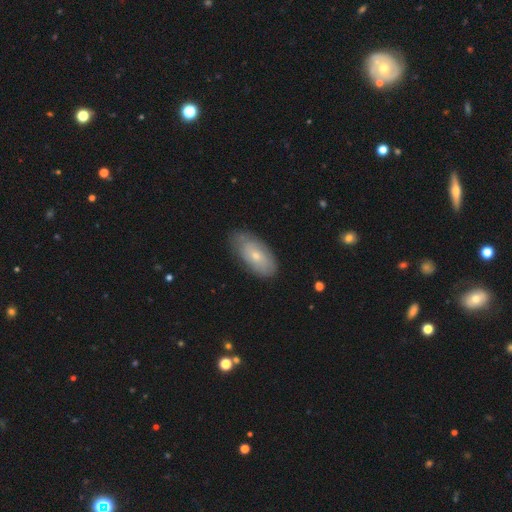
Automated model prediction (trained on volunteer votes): Smooth or featured?
  - smooth: 58% *
  - featured or disk: 36%
  - star or artifact: 6%
How rounded?
  - in between: 92% *
  - cigar-shaped: 5%
  - round: 3%
Merging?
  - none: 72% *
  - minor disturbance: 22%
  - major disturbance: 5%
  - merger: 1%